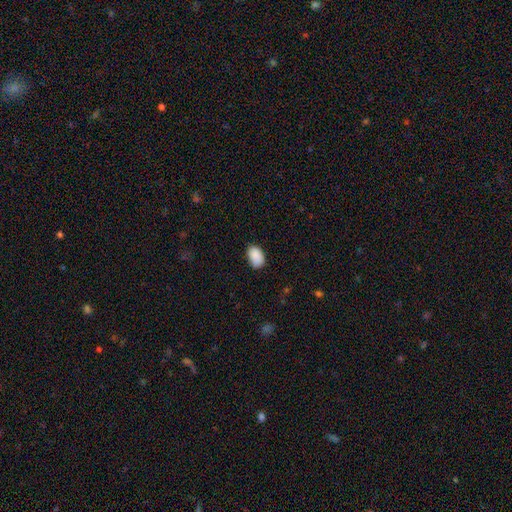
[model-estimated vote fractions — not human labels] Morphology: type=smooth (89%); roundness=in between (89%); merging=none (76%).